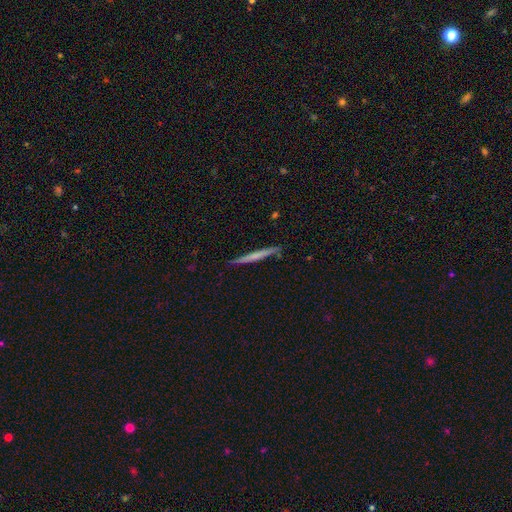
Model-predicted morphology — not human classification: This is possibly a smooth galaxy (49%). Merging: clearly none (89%).